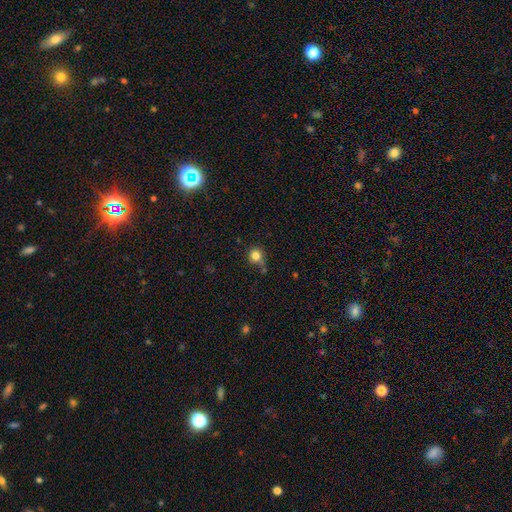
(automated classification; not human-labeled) smooth-or-featured: smooth: 82% | star or artifact: 11% | featured or disk: 6%
  how-rounded: round: 89% | in between: 10% | cigar-shaped: 1%
  merging: none: 64% | minor disturbance: 20% | merger: 10% | major disturbance: 6%